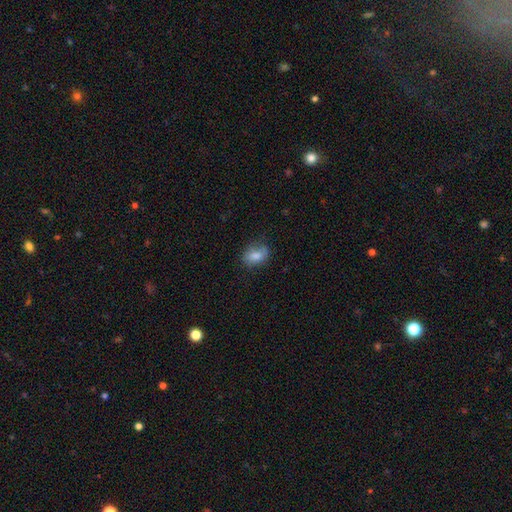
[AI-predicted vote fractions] A smooth galaxy with no disk features (77%) that is in between round and cigar-shaped (76%).

Vote fractions:
- Smooth or featured? smooth: 77% / featured or disk: 14% / star or artifact: 8%
- How rounded? in between: 76% / round: 22% / cigar-shaped: 2%
- Merging? none: 66% / minor disturbance: 25% / major disturbance: 7% / merger: 2%